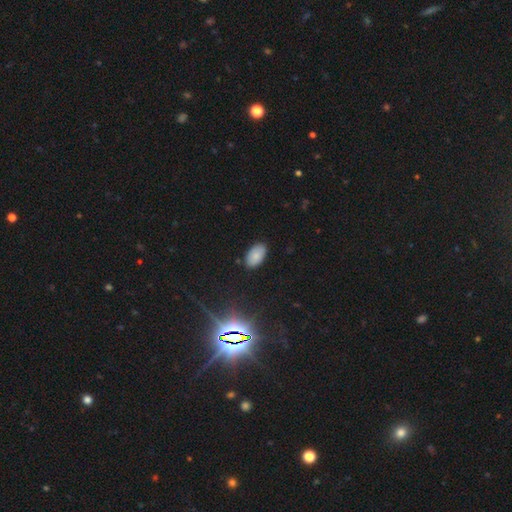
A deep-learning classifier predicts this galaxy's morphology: Smooth or featured: smooth — 80% (star or artifact — 12%)
How rounded: in between — 95% (round — 4%)
Merging: none — 86% (minor disturbance — 11%)